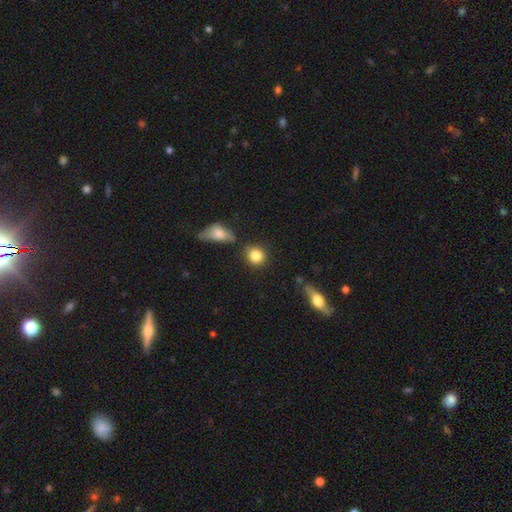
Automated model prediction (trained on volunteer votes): Smooth or featured?
  - smooth: 84% *
  - star or artifact: 9%
  - featured or disk: 7%
How rounded?
  - round: 82% *
  - in between: 17%
  - cigar-shaped: 2%
Merging?
  - none: 72% *
  - minor disturbance: 13%
  - merger: 10%
  - major disturbance: 5%